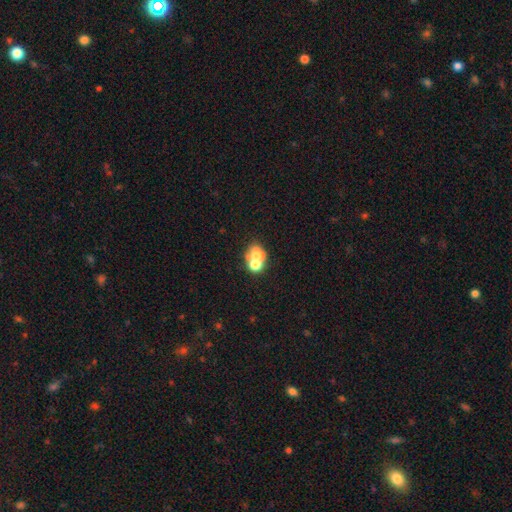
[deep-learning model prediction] A smooth galaxy with no disk features (54%) that is round (54%). Merging: merger (60%).